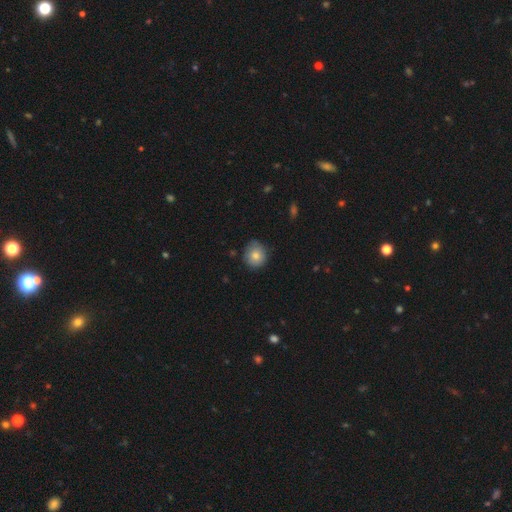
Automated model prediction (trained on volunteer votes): Smooth or featured?
  - smooth: 79% *
  - featured or disk: 12%
  - star or artifact: 9%
How rounded?
  - round: 85% *
  - in between: 14%
  - cigar-shaped: 1%
Merging?
  - none: 77% *
  - minor disturbance: 19%
  - major disturbance: 3%
  - merger: 1%